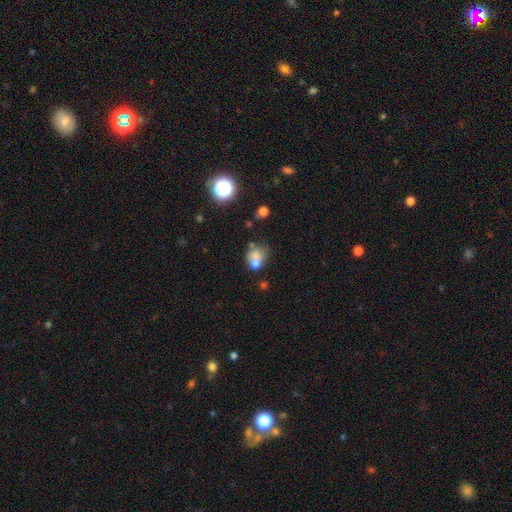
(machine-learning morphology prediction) Smooth or featured? smooth (64%)
How rounded? round (58%)
Merging? merger (41%)